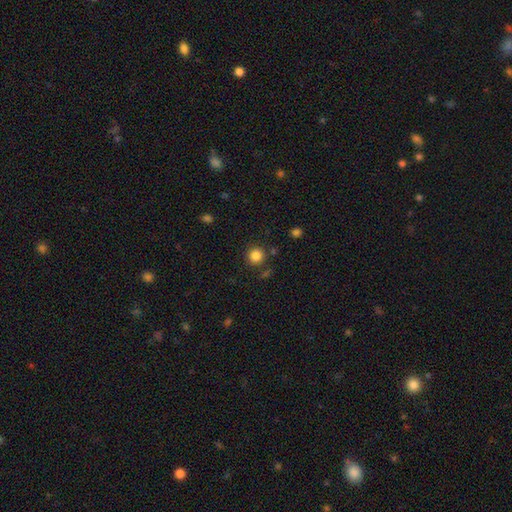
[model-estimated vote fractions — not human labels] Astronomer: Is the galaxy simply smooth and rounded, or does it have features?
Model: smooth — 84%.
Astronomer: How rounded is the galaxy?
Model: round — 94%.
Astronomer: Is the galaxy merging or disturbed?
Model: none — 87%.